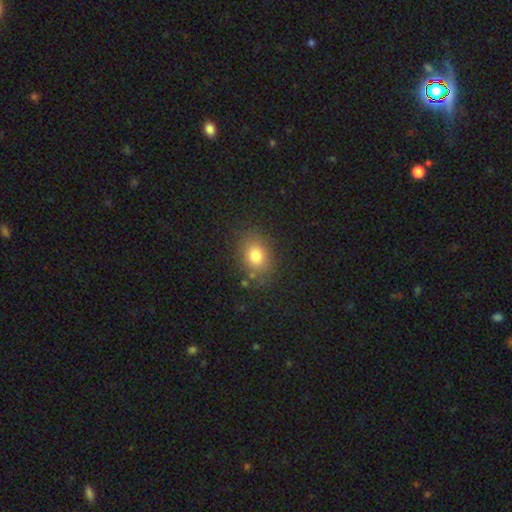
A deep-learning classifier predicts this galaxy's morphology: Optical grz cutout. It shows a smooth galaxy with no disk features (78%) that is in between round and cigar-shaped (55%). Merging: none (81%).